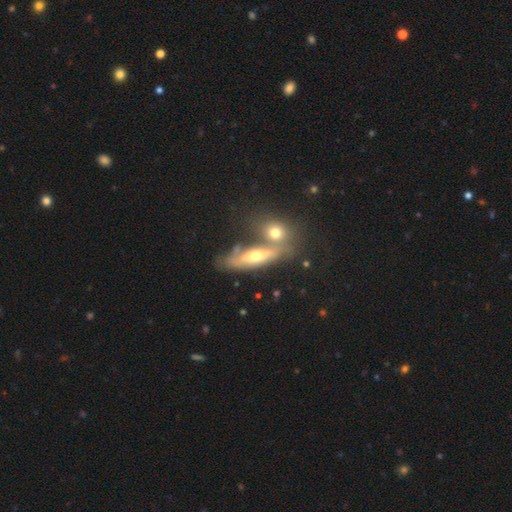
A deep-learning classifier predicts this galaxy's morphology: A featured or disk galaxy (49%).

Vote fractions:
- Smooth or featured? featured or disk: 49% / smooth: 42% / star or artifact: 8%
- Merging? none: 45% / merger: 36% / minor disturbance: 13% / major disturbance: 6%